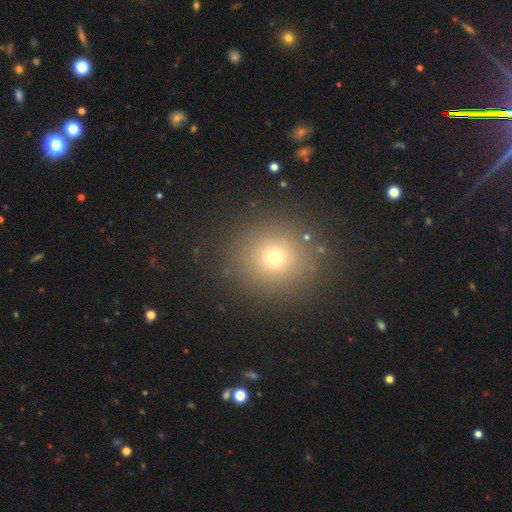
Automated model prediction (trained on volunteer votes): Overall: smooth (67%). How rounded: round (89%). Merging: none (89%).